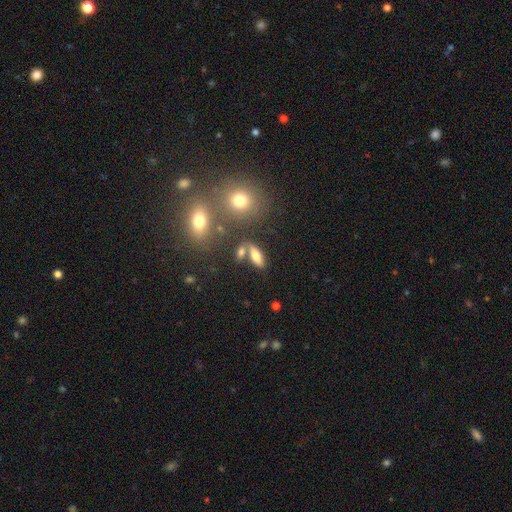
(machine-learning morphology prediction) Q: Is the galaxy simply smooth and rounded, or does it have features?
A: smooth — 71%.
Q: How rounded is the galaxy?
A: in between — 71%.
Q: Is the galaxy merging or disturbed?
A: none — 62%.